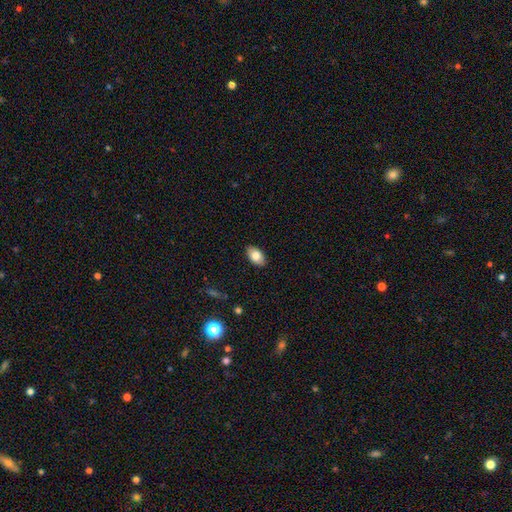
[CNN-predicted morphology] This appears to be a smooth galaxy with no disk features (81%) that is in between round and cigar-shaped (93%). Merging: none (89%).